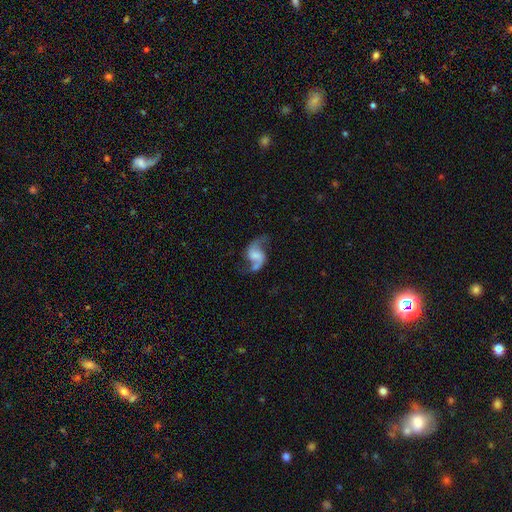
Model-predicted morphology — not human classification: Q: Smooth or featured?
A: featured or disk (85%); runner-up: smooth (8%)
Q: Edge-on disk?
A: no (98%); runner-up: yes (2%)
Q: Bar?
A: no (45%); runner-up: weak (41%)
Q: Spiral arms?
A: yes (96%); runner-up: no (4%)
Q: Spiral winding?
A: loose (69%); runner-up: medium (27%)
Q: Spiral arm count?
A: 2 (93%); runner-up: 1 (3%)
Q: Bulge size?
A: none (36%); runner-up: moderate (23%)
Q: Merging?
A: none (68%); runner-up: minor disturbance (16%)